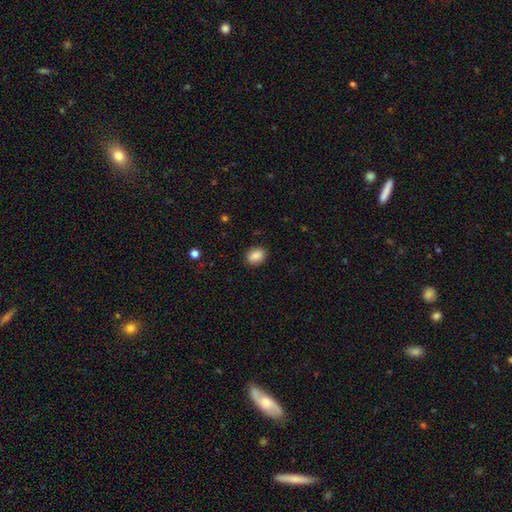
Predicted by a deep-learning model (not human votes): This appears to be a smooth galaxy with no disk features (87%) that is in between round and cigar-shaped (73%). Merging: none (87%).